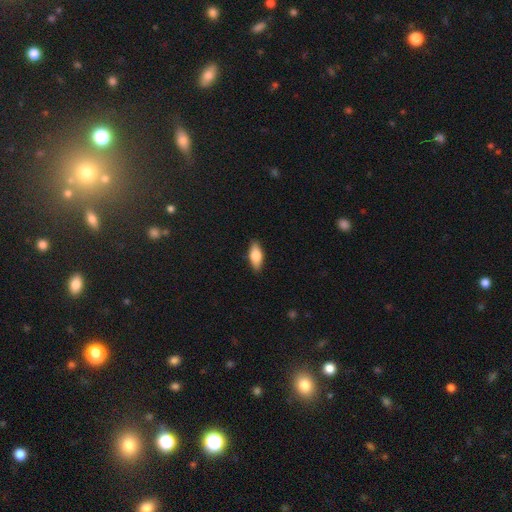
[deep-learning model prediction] This appears to be a smooth galaxy with no disk features (74%) that is in between round and cigar-shaped (79%). Merging: none (88%).